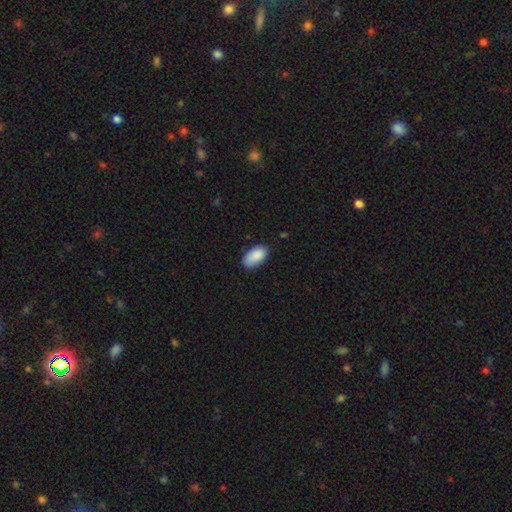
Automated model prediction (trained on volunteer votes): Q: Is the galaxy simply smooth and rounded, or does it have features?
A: smooth — 88%.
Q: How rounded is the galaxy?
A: in between — 95%.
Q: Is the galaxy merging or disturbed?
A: none — 74%.